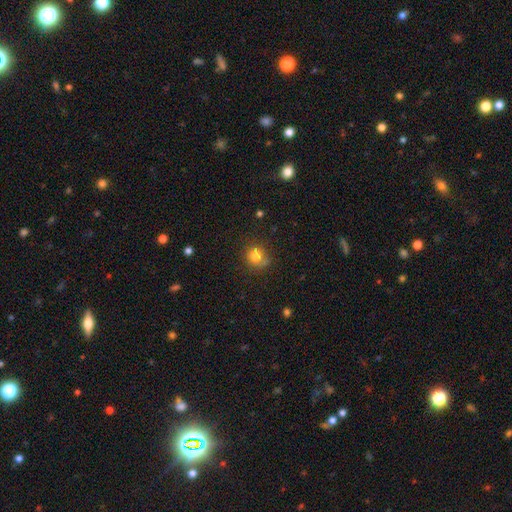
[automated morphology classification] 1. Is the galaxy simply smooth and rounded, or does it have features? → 80% smooth, 12% star or artifact, 8% featured or disk.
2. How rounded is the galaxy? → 84% round, 15% in between, 1% cigar-shaped.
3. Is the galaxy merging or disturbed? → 66% none, 21% minor disturbance, 7% major disturbance, 6% merger.